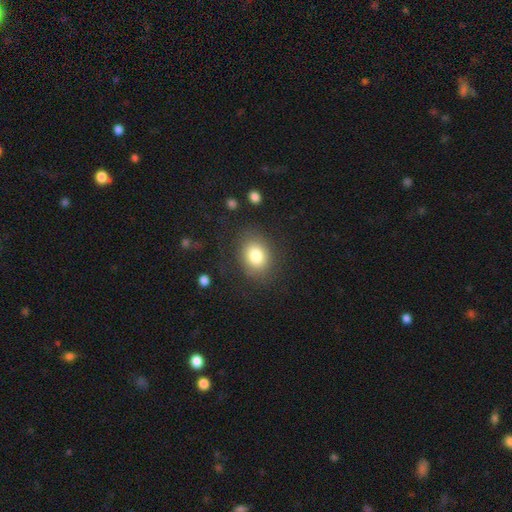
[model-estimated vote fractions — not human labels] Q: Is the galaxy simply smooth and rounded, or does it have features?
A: smooth — 81%.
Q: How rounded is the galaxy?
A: round — 53%.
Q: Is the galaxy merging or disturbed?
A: none — 78%.